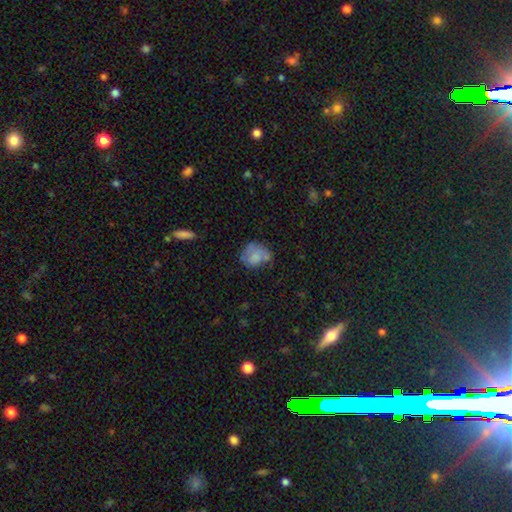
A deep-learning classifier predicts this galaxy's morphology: Smooth or featured? Predicted: smooth (p=0.69). How rounded? Predicted: round (p=0.62). Merging? Predicted: none (p=0.45).